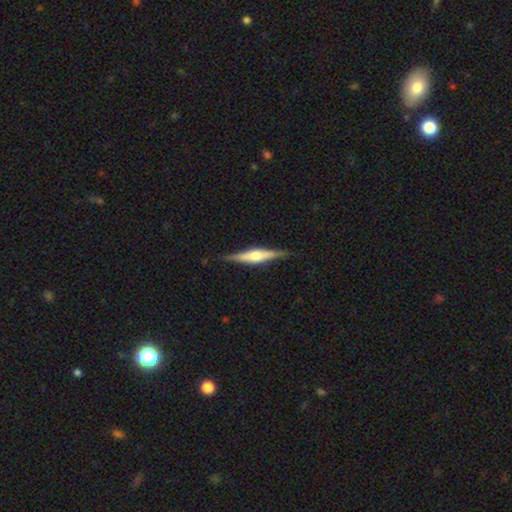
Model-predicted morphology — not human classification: Smooth or featured?
  - featured or disk: 70% *
  - smooth: 24%
  - star or artifact: 6%
Edge-on disk?
  - yes: 97% *
  - no: 3%
Edge-on bulge?
  - rounded: 85% *
  - boxy: 11%
  - none: 4%
Merging?
  - none: 88% *
  - minor disturbance: 9%
  - major disturbance: 2%
  - merger: 1%